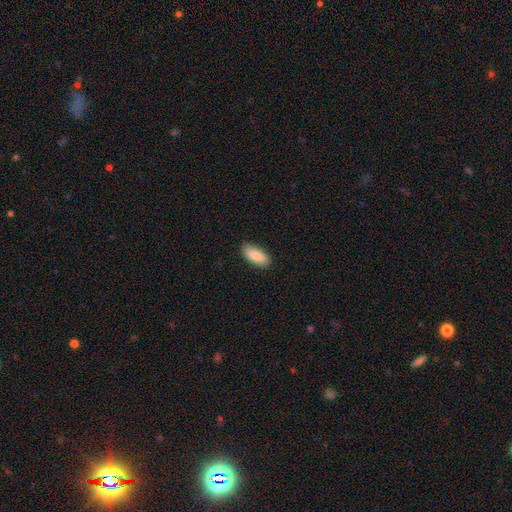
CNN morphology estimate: Smooth or featured? smooth (85%)
How rounded? in between (84%)
Merging? none (88%)